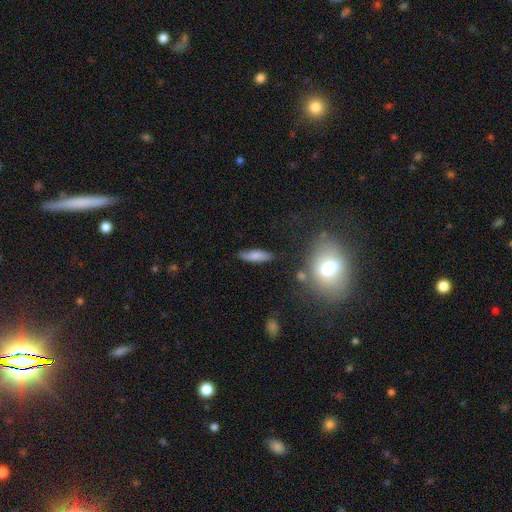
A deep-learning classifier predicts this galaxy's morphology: smooth_or_featured: smooth (p=0.72) [alt: featured or disk p=0.20]
how_rounded: cigar-shaped (p=0.55) [alt: in between p=0.42]
merging: none (p=0.80) [alt: minor disturbance p=0.14]